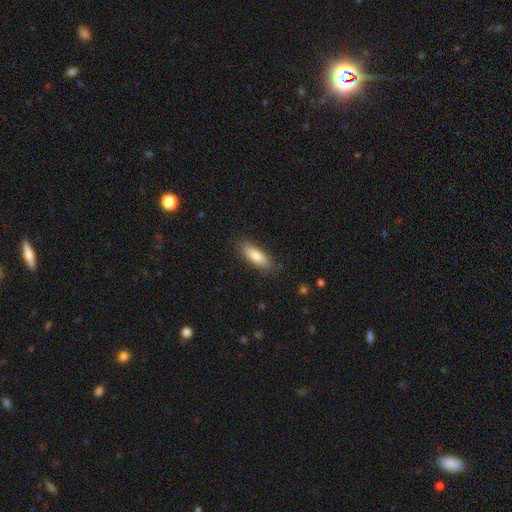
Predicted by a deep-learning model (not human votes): smooth-or-featured: smooth: 81% | featured or disk: 13% | star or artifact: 6%
  how-rounded: in between: 63% | cigar-shaped: 35% | round: 2%
  merging: none: 83% | minor disturbance: 13% | major disturbance: 3% | merger: 1%